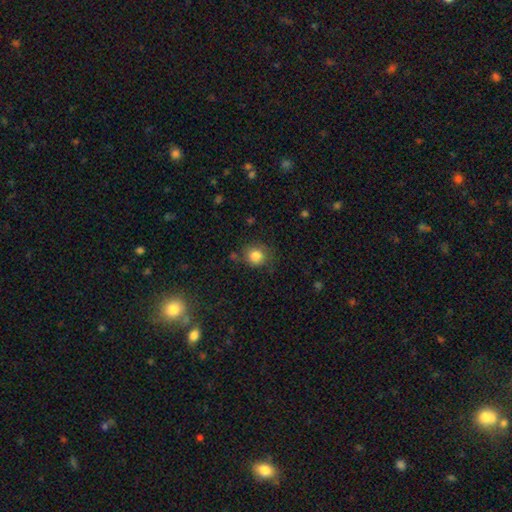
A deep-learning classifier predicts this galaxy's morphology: smooth 83%, star or artifact 11%, featured or disk 7%. Down the decision tree: how rounded — round (84%); merging — none (77%).